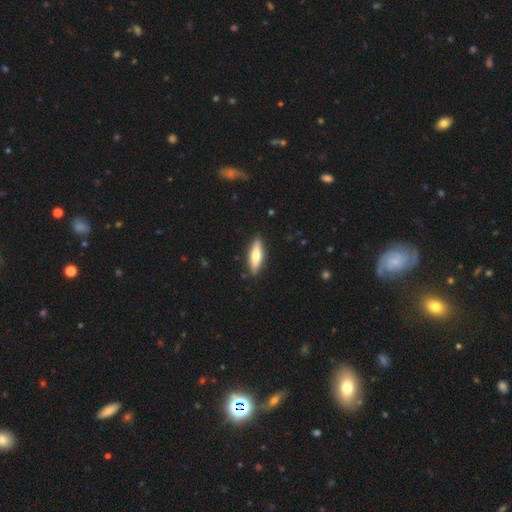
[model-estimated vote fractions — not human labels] Smooth or featured?
  - smooth: 59% *
  - featured or disk: 35%
  - star or artifact: 5%
How rounded?
  - cigar-shaped: 58% *
  - in between: 40%
  - round: 2%
Merging?
  - none: 88% *
  - minor disturbance: 9%
  - major disturbance: 2%
  - merger: 1%